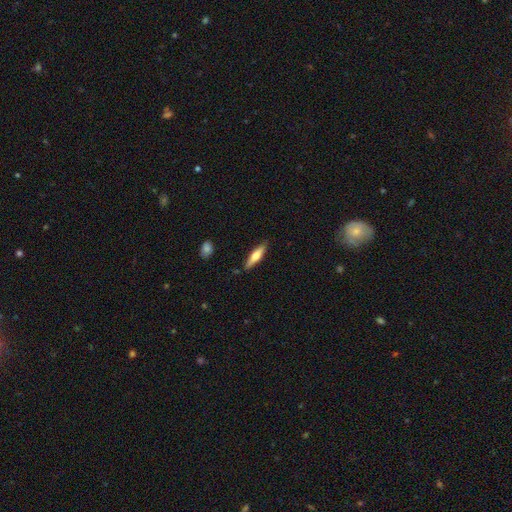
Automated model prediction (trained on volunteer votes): Smooth or featured? Predicted: smooth (p=0.60). How rounded? Predicted: cigar-shaped (p=0.74). Merging? Predicted: none (p=0.86).